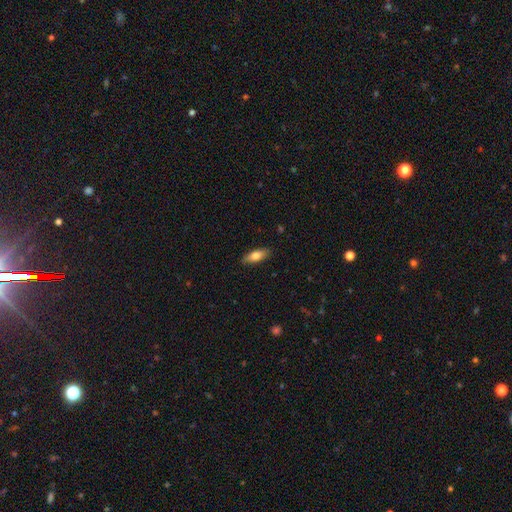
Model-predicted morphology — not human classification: Smooth or featured: smooth — 75% (featured or disk — 19%)
How rounded: in between — 69% (cigar-shaped — 29%)
Merging: none — 86% (minor disturbance — 10%)